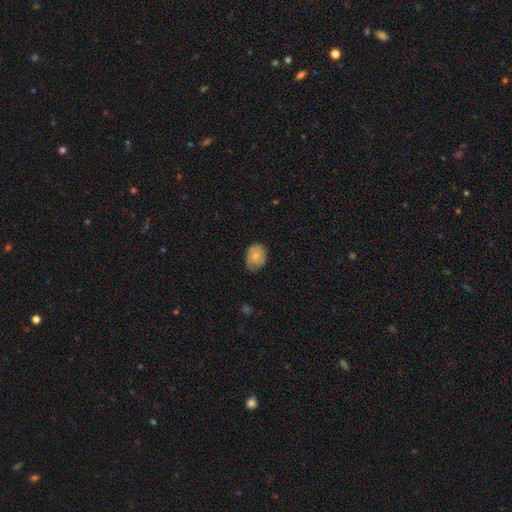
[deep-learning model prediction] Smooth or featured? smooth (71%)
How rounded? in between (50%)
Merging? none (59%)